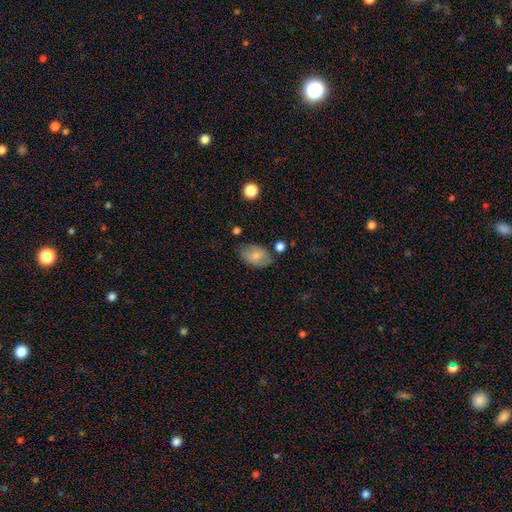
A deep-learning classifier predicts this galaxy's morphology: Overall: smooth (78%). How rounded: in between (87%). Merging: none (72%).